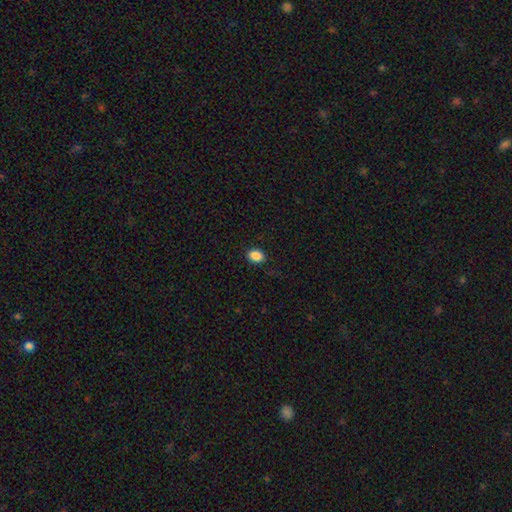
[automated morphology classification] type=smooth (89%); roundness=in between (65%); merging=none (87%).